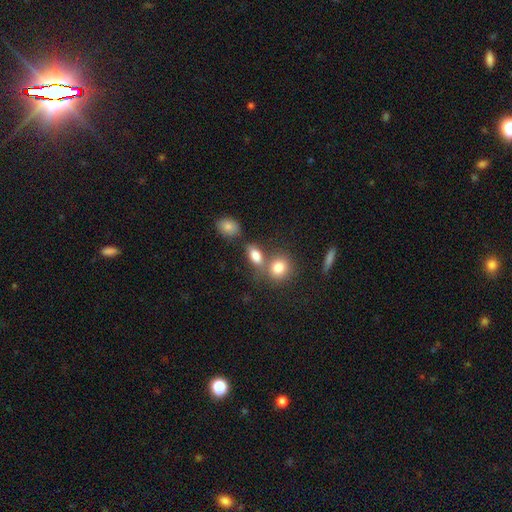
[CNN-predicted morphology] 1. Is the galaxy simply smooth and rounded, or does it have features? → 81% smooth, 10% star or artifact, 9% featured or disk.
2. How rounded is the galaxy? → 77% in between, 18% round, 6% cigar-shaped.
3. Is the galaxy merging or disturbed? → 50% none, 33% merger, 12% minor disturbance, 5% major disturbance.